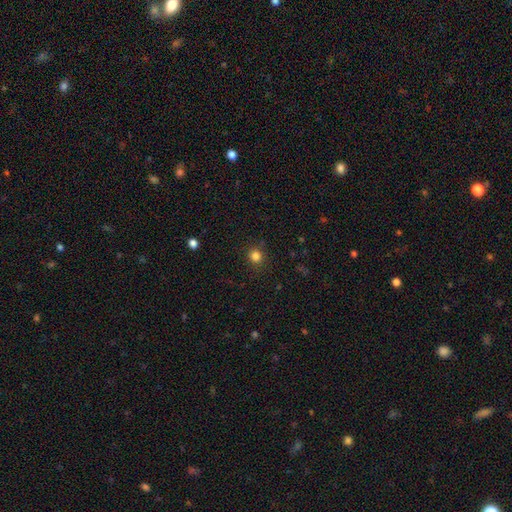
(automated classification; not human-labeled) The model was most divided on "smooth or featured": smooth: 82%, star or artifact: 13%, featured or disk: 4%. More confident: how rounded — round (89%); merging — none (88%).